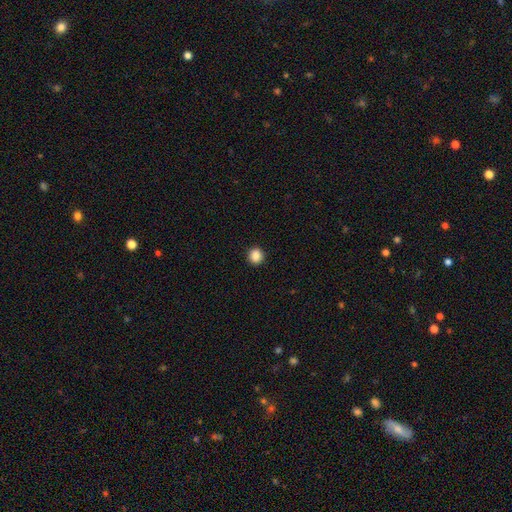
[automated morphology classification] A smooth galaxy with no disk features (87%) that is round (90%). Merging: none (93%).